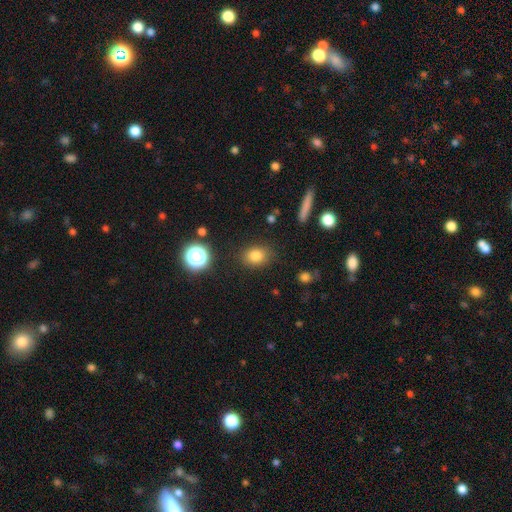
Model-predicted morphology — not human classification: The model was most divided on "how rounded": in between: 54%, round: 44%, cigar-shaped: 1%. More confident: merging — none (84%); smooth or featured — smooth (81%).